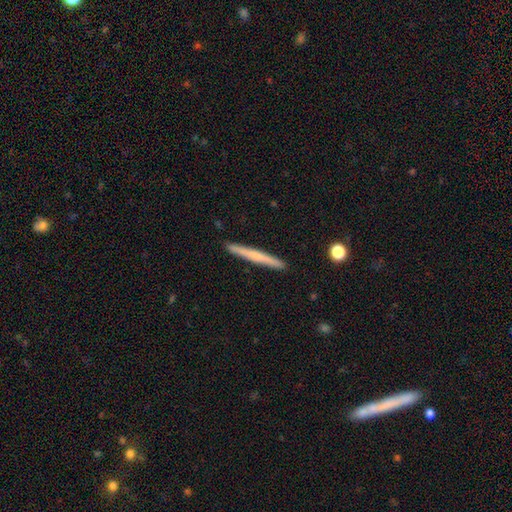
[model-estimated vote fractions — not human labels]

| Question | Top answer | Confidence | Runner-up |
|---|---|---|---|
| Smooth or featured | smooth | 58% | featured or disk (36%) |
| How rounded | cigar-shaped | 97% | in between (2%) |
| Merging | none | 92% | minor disturbance (5%) |